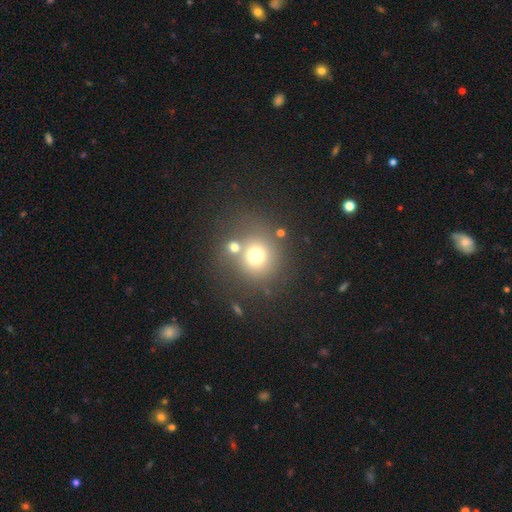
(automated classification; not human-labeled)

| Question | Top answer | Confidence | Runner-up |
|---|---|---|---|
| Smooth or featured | smooth | 69% | star or artifact (18%) |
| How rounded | round | 87% | in between (12%) |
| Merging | none | 62% | merger (22%) |